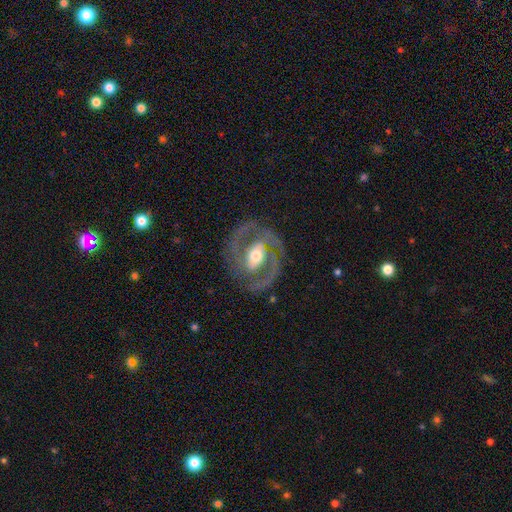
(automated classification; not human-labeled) Overall: featured or disk (90%). Edge-on disk: no (97%). Bar: weak (40%; strong 38%). Spiral arms: yes (95%). Spiral arm count: 2 (88%). Spiral winding: medium (55%; tight 34%). Bulge size: moderate (67%). Merging: none (80%).